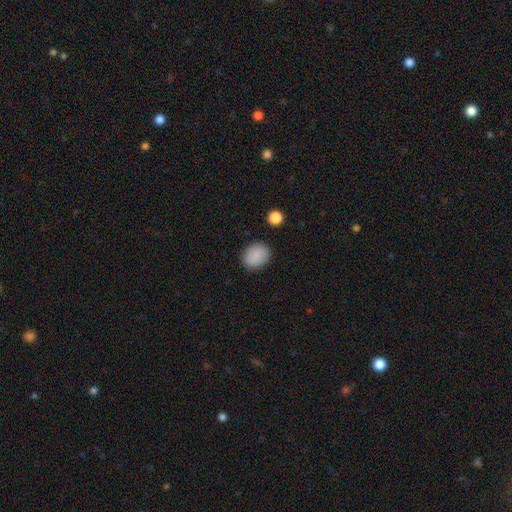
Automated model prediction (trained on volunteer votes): A smooth galaxy with no disk features (88%) that is in between round and cigar-shaped (53%).

Vote fractions:
- Smooth or featured? smooth: 88% / star or artifact: 8% / featured or disk: 4%
- How rounded? in between: 53% / round: 46% / cigar-shaped: 1%
- Merging? none: 87% / minor disturbance: 10% / major disturbance: 3% / merger: 1%